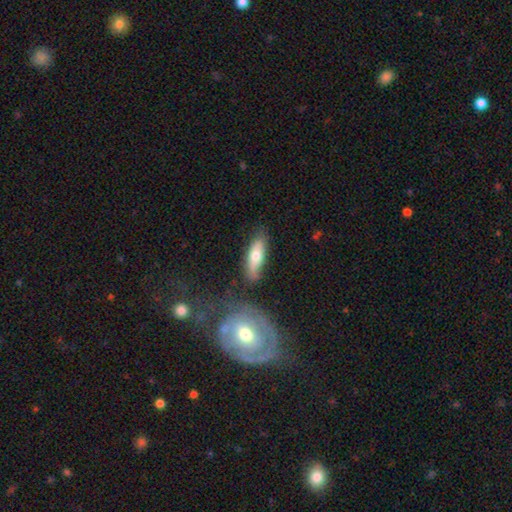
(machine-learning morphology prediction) Smooth or featured: smooth — 66% (featured or disk — 27%)
How rounded: in between — 57% (cigar-shaped — 41%)
Merging: none — 74% (minor disturbance — 16%)